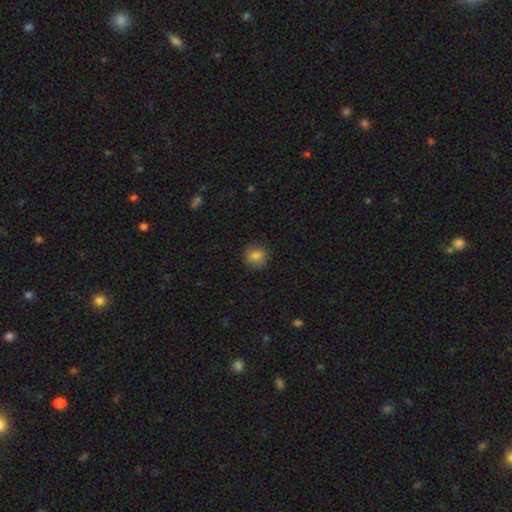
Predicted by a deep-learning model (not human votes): Q: Smooth or featured?
A: smooth (82%); runner-up: star or artifact (10%)
Q: How rounded?
A: round (76%); runner-up: in between (23%)
Q: Merging?
A: none (82%); runner-up: minor disturbance (13%)